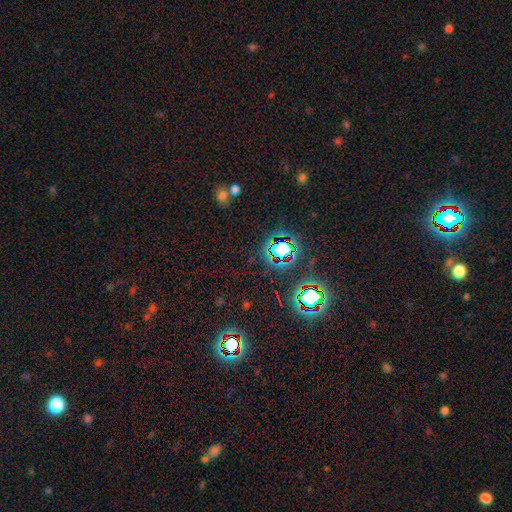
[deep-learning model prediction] Smooth or featured? Predicted: star or artifact (p=0.77).